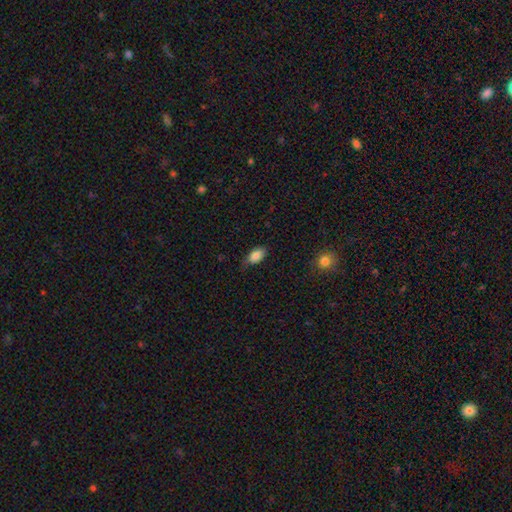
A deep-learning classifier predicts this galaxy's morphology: smooth_or_featured: smooth (p=0.85) [alt: featured or disk p=0.08]
how_rounded: in between (p=0.91) [alt: round p=0.05]
merging: none (p=0.68) [alt: minor disturbance p=0.26]